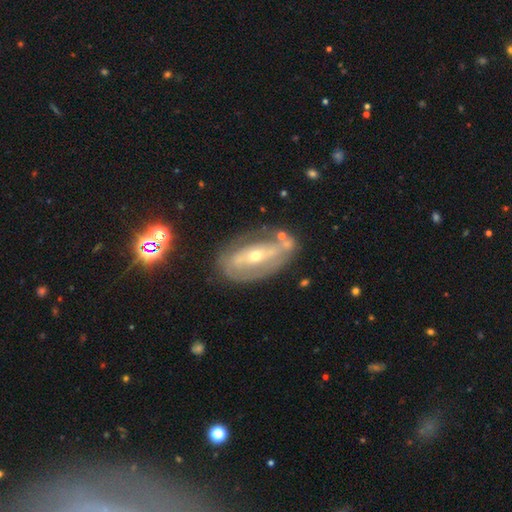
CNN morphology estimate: This is likely a featured or disk galaxy (76%). It is clearly not viewed edge-on (86%). Bar: marginally strong (44%). Spiral arm pattern: possibly yes (54%). Central bulge: possibly small (52%). Merging: likely none (68%).